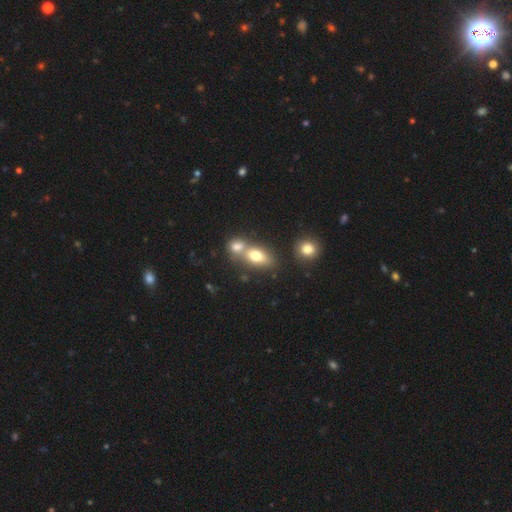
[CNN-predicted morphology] Smooth or featured? smooth (74%)
How rounded? in between (76%)
Merging? merger (52%)